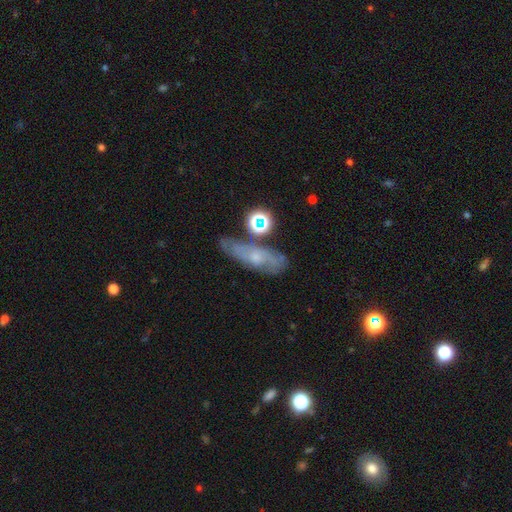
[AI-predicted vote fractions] This is possibly a featured or disk galaxy (54%). It is likely not viewed edge-on (74%). Merging: likely none (61%).